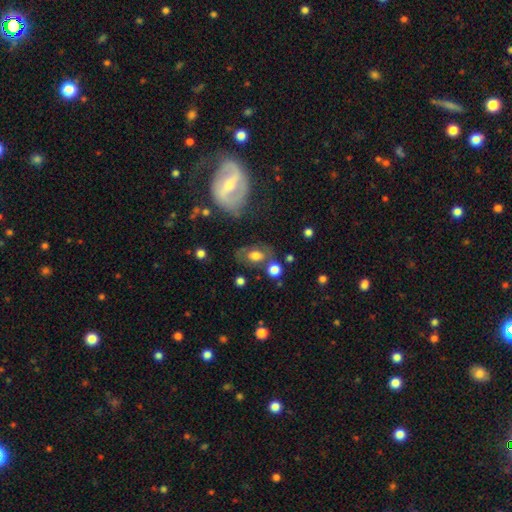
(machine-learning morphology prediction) This is likely a smooth galaxy (61%). How rounded: likely in between (72%). Merging: possibly none (58%).